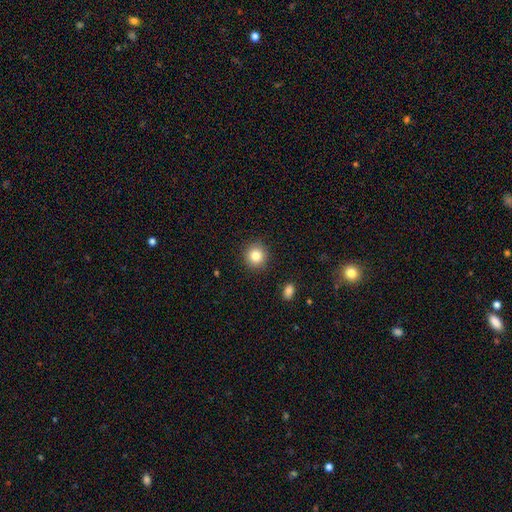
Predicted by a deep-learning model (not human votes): smooth-or-featured: smooth: 83% | star or artifact: 10% | featured or disk: 7%
  how-rounded: round: 92% | in between: 7% | cigar-shaped: 1%
  merging: none: 90% | minor disturbance: 7% | major disturbance: 2% | merger: 1%